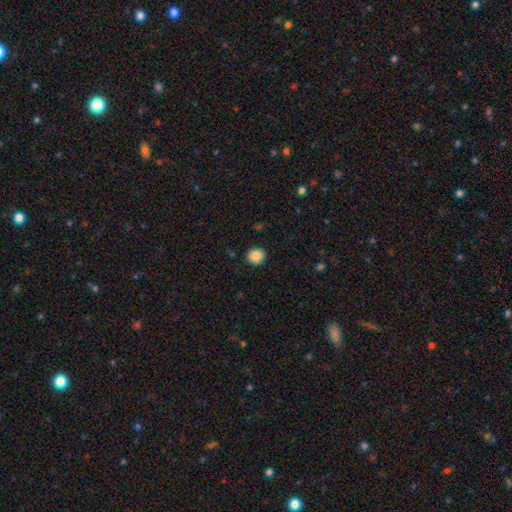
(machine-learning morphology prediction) Q: Smooth or featured?
A: smooth (88%); runner-up: star or artifact (9%)
Q: How rounded?
A: round (83%); runner-up: in between (16%)
Q: Merging?
A: none (88%); runner-up: minor disturbance (9%)